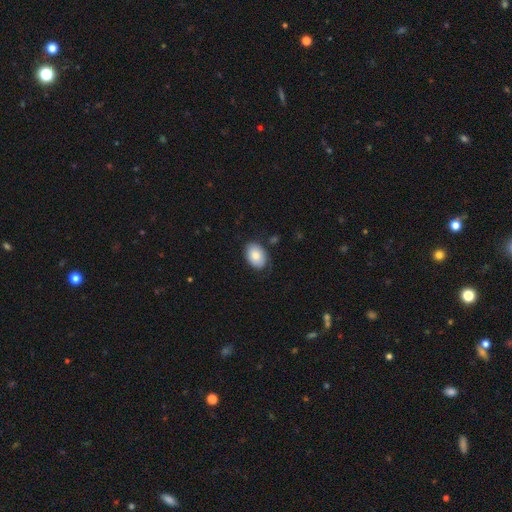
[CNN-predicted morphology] The model was most divided on "merging": none: 79%, minor disturbance: 15%, major disturbance: 4%, merger: 2%. More confident: how rounded — in between (82%); smooth or featured — smooth (81%).